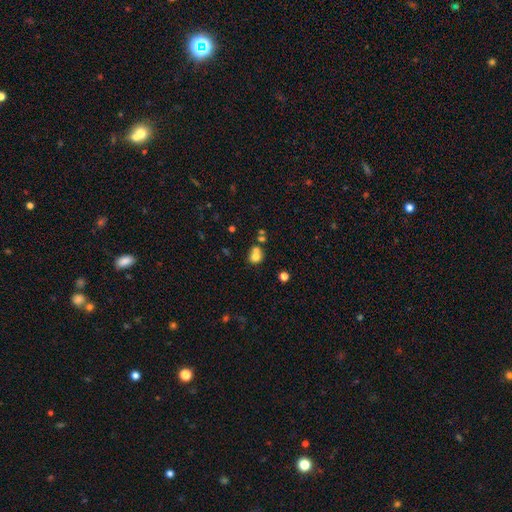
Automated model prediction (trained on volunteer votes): Morphology: type=smooth (72%); roundness=round (72%); merging=merger (49%).